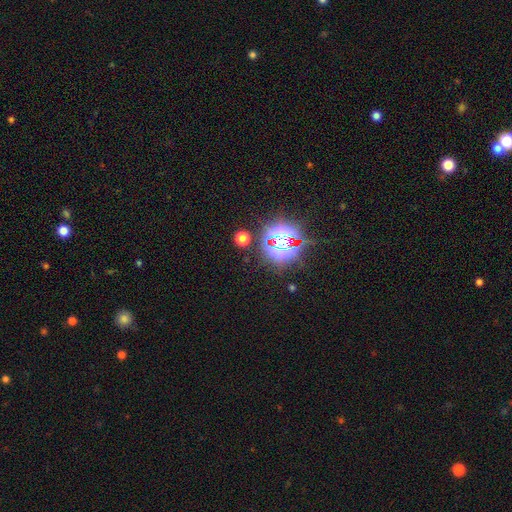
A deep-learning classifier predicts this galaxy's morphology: type=star or artifact (82%).